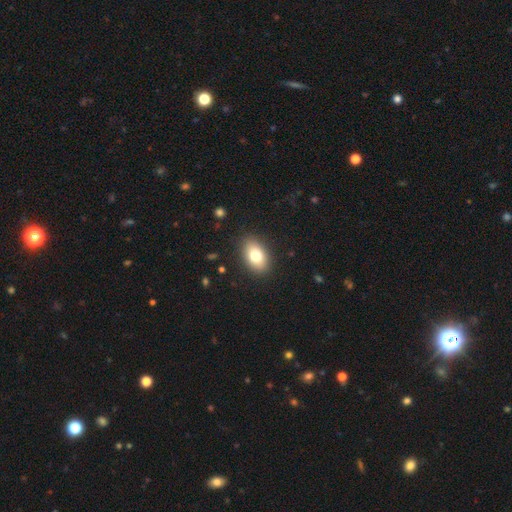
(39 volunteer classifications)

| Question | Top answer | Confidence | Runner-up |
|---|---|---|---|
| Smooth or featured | smooth | 92% | featured or disk (5%) |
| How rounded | in between | 92% | round (8%) |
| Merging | none | 89% | minor disturbance (8%) |